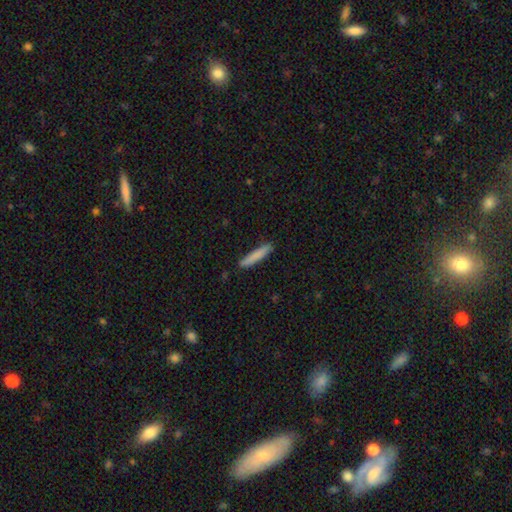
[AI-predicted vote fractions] Smooth or featured? Predicted: smooth (p=0.82). How rounded? Predicted: cigar-shaped (p=0.93). Merging? Predicted: none (p=0.89).